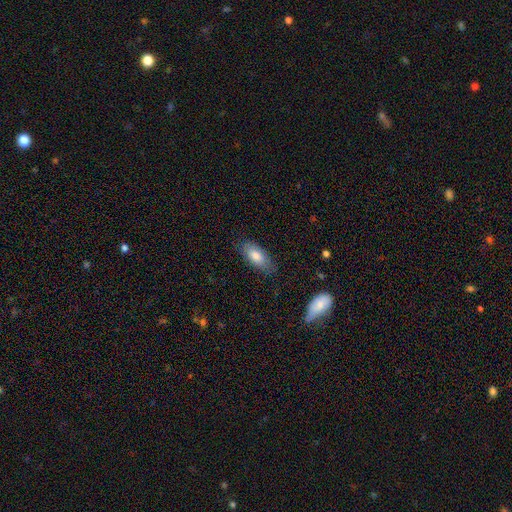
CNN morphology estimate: Smooth or featured? smooth (79%)
How rounded? in between (87%)
Merging? none (79%)